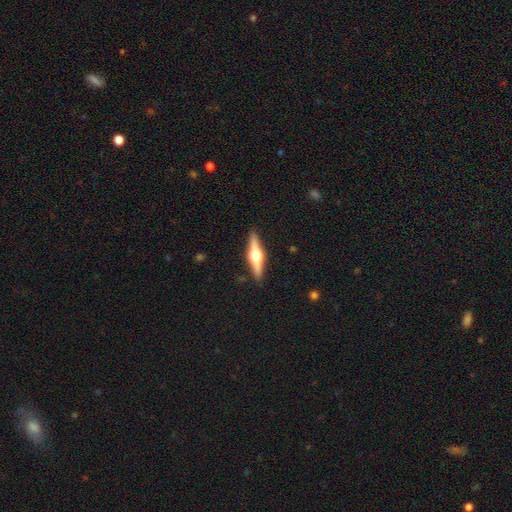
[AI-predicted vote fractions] Smooth or featured: featured or disk — 74% (smooth — 21%)
Edge-on disk: yes — 98% (no — 2%)
Edge-on bulge: rounded — 95% (boxy — 3%)
Merging: none — 90% (minor disturbance — 7%)